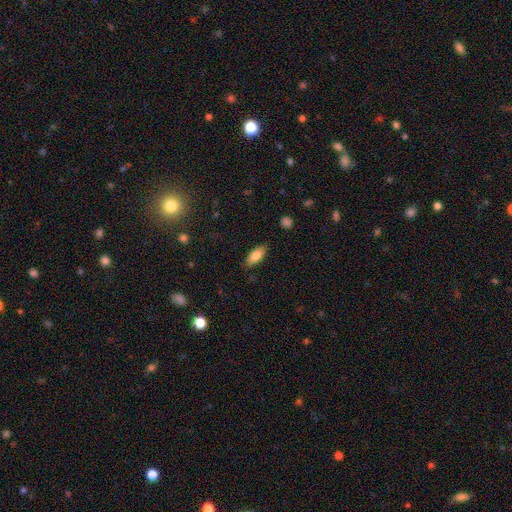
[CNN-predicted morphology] Smooth or featured? Predicted: smooth (p=0.80). How rounded? Predicted: in between (p=0.80). Merging? Predicted: none (p=0.85).